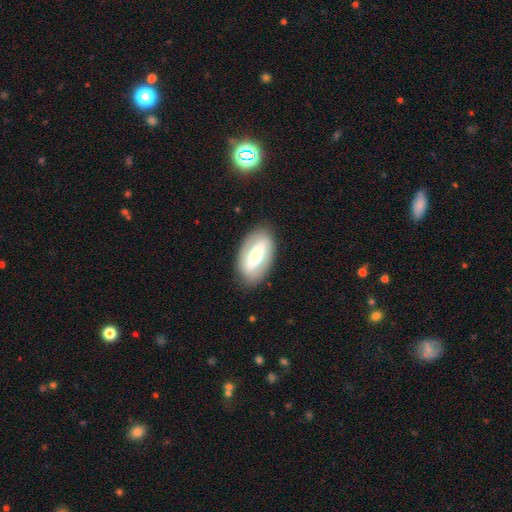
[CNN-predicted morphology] Smooth or featured?
  - featured or disk: 56% *
  - smooth: 39%
  - star or artifact: 6%
Edge-on disk?
  - no: 86% *
  - yes: 14%
Merging?
  - none: 85% *
  - minor disturbance: 10%
  - major disturbance: 4%
  - merger: 1%